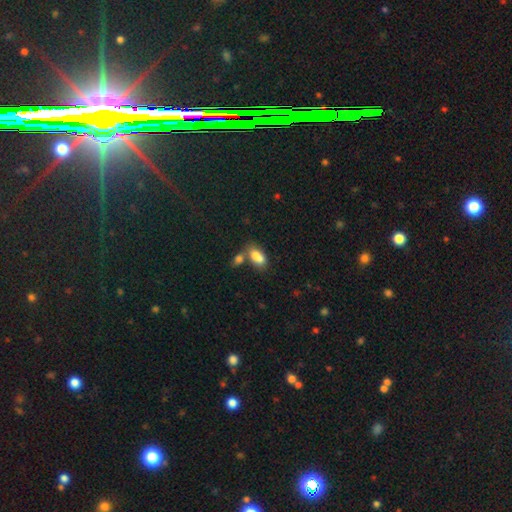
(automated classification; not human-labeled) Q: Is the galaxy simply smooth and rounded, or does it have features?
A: smooth — 80%.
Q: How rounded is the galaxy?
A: in between — 88%.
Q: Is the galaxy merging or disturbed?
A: merger — 46%.